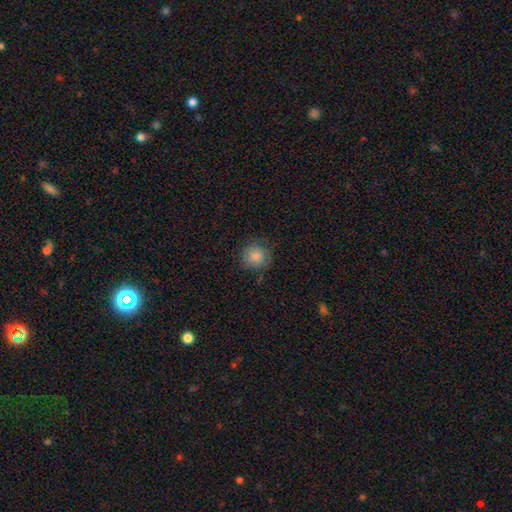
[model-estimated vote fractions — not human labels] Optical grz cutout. It shows a smooth galaxy with no disk features (80%) that is round (89%). Merging: none (80%).